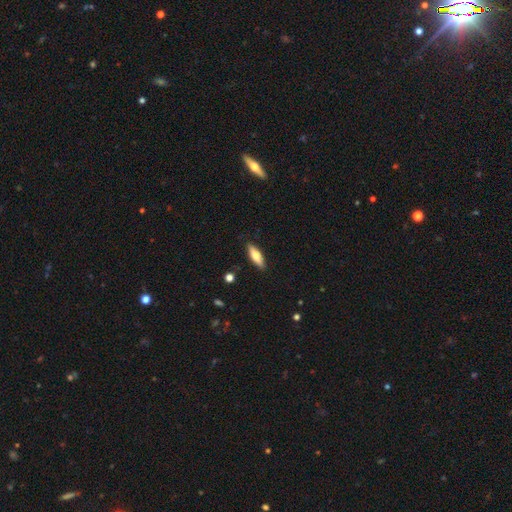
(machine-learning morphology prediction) Smooth or featured? smooth (68%)
How rounded? cigar-shaped (49%, tied with in between)
Merging? none (88%)